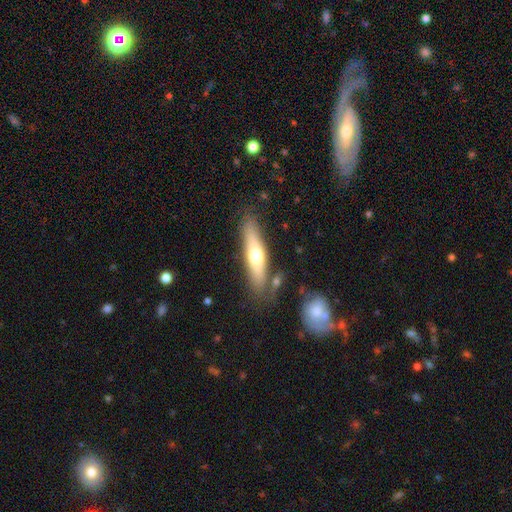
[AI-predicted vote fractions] A smooth galaxy with no disk features (54%) that is cigar-shaped (68%). Merging: none (79%).